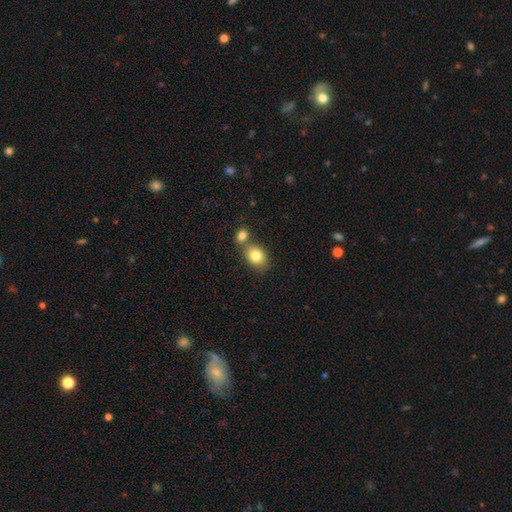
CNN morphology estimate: Smooth or featured: smooth — 81% (featured or disk — 10%)
How rounded: in between — 62% (round — 37%)
Merging: none — 51% (merger — 35%)